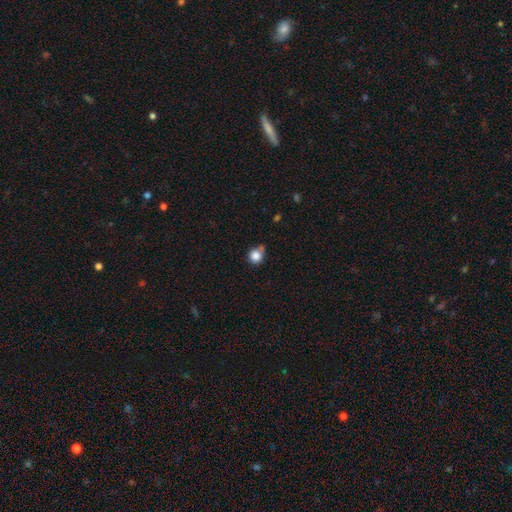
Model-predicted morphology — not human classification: smooth-or-featured: smooth: 84% | star or artifact: 10% | featured or disk: 5%
  how-rounded: round: 91% | in between: 8% | cigar-shaped: 1%
  merging: none: 60% | minor disturbance: 20% | merger: 14% | major disturbance: 5%